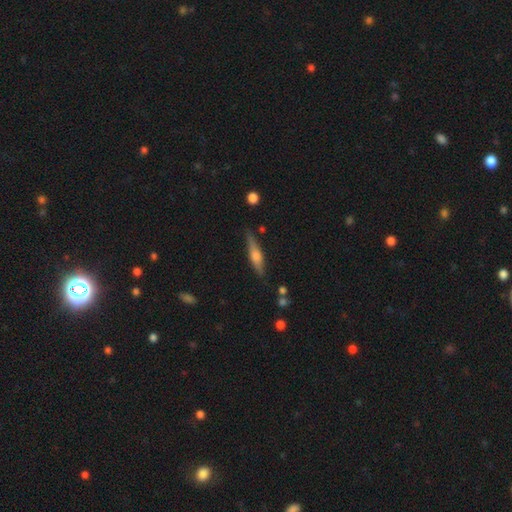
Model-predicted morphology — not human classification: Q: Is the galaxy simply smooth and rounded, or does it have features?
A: featured or disk — 62%.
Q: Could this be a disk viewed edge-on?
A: yes — 96%.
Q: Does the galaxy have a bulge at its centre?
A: rounded — 82%.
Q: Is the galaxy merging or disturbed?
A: none — 84%.